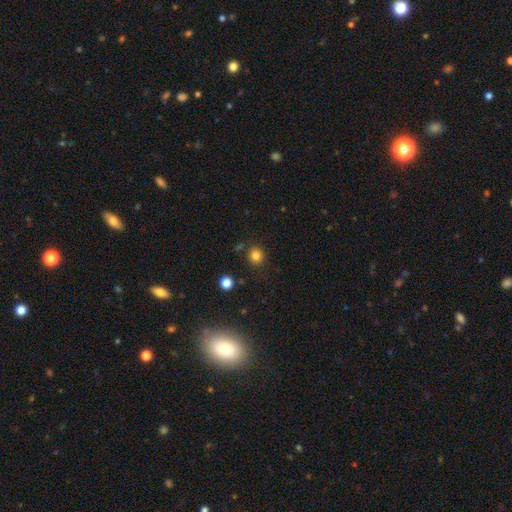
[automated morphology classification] Smooth or featured: smooth — 82% (star or artifact — 13%)
How rounded: round — 88% (in between — 11%)
Merging: none — 85% (minor disturbance — 8%)